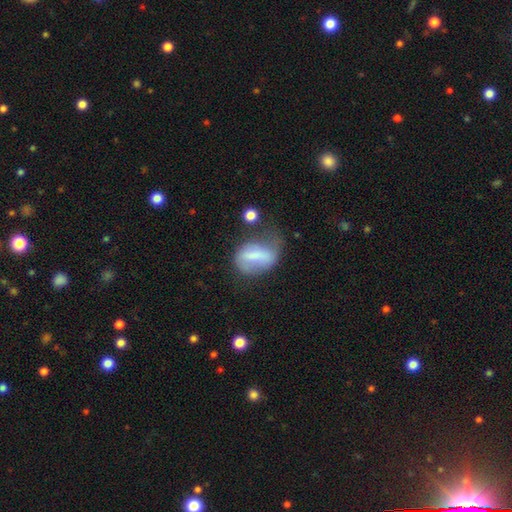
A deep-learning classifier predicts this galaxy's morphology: type=smooth (61%); roundness=in between (73%); merging=major disturbance (33%).